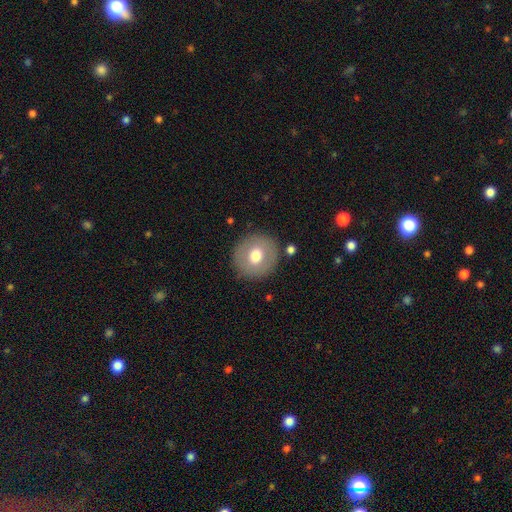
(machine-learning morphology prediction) A smooth galaxy with no disk features (67%) that is round (91%). Merging: none (87%).